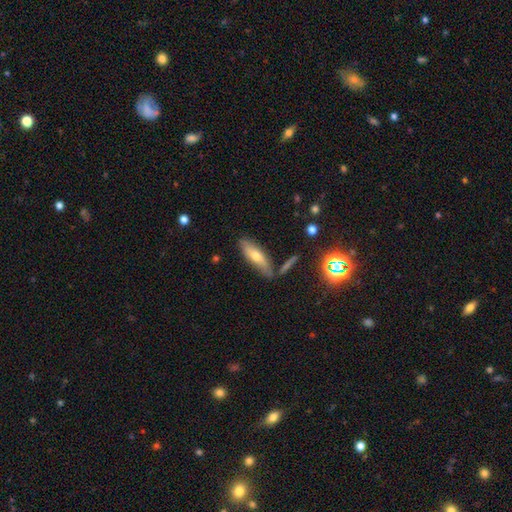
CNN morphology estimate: type=smooth (59%); roundness=cigar-shaped (57%); merging=none (74%).